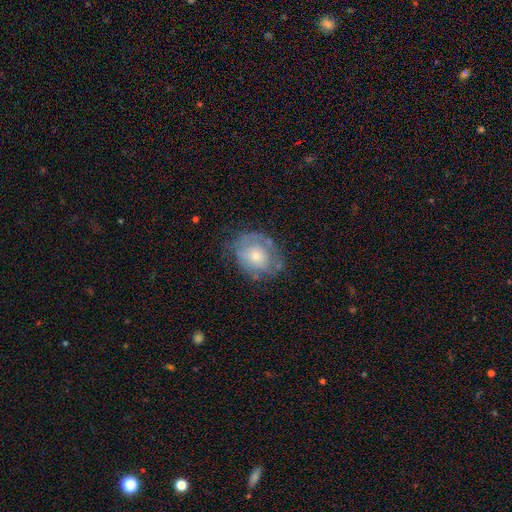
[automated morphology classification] Smooth or featured: featured or disk — 46% (tied with smooth — 46%)
Merging: none — 57% (minor disturbance — 27%)